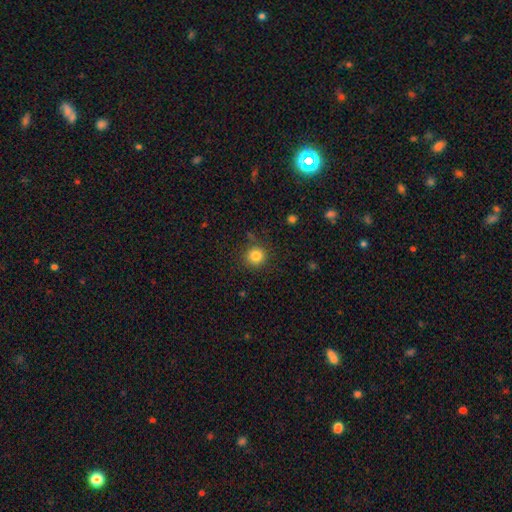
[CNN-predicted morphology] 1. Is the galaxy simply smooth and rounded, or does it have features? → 83% smooth, 12% star or artifact, 5% featured or disk.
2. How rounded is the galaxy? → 92% round, 7% in between, 1% cigar-shaped.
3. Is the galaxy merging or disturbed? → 87% none, 8% minor disturbance, 3% major disturbance, 2% merger.